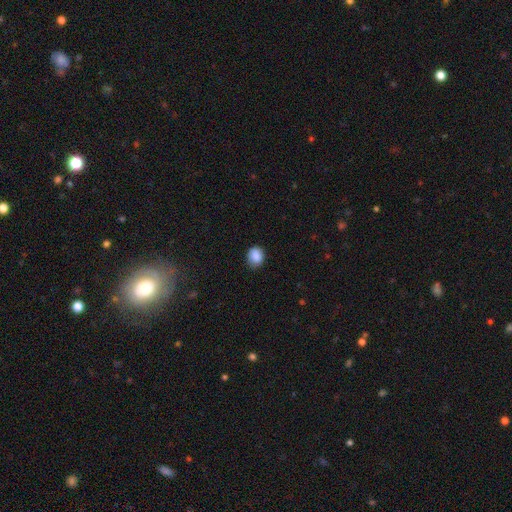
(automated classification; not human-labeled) This is clearly a smooth galaxy (88%). How rounded: possibly round (57%). Merging: clearly none (80%).